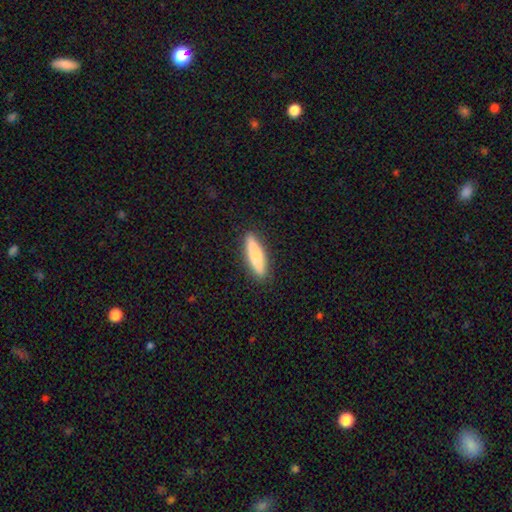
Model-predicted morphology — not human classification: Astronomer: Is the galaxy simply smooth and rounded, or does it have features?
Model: smooth — 77%.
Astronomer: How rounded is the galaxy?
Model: cigar-shaped — 77%.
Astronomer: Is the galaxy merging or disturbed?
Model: none — 88%.